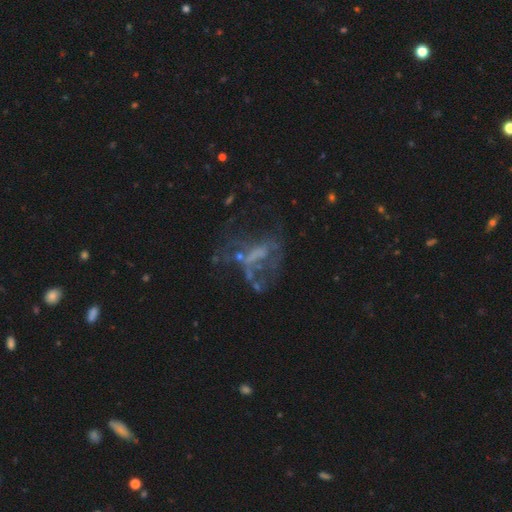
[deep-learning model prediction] Morphology: type=featured or disk (57%); edge-on=no (95%); bar=no (71%); spiral arms=no (82%); bulge=none (67%); merging=major disturbance (40%).